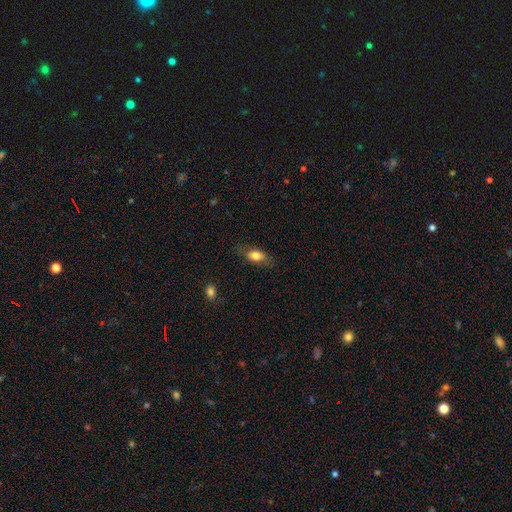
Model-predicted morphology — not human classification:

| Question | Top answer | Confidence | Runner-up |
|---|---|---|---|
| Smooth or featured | smooth | 74% | featured or disk (19%) |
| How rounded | in between | 78% | cigar-shaped (16%) |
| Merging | none | 77% | minor disturbance (17%) |